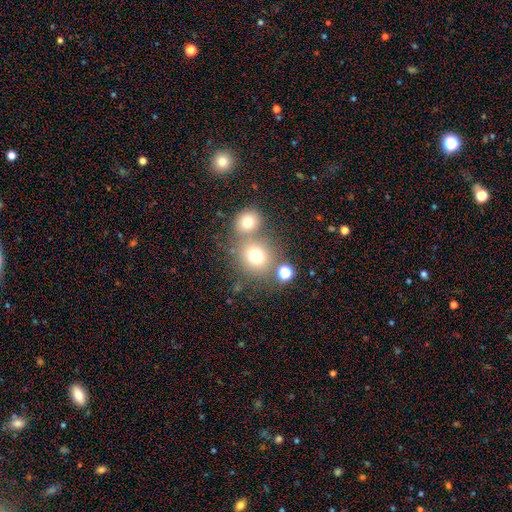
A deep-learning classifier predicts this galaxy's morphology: smooth_or_featured: smooth (p=0.72) [alt: star or artifact p=0.16]
how_rounded: round (p=0.86) [alt: in between p=0.13]
merging: none (p=0.57) [alt: merger p=0.31]